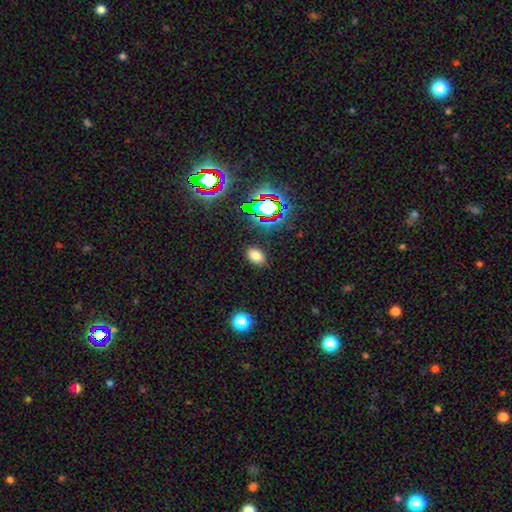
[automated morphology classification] A smooth galaxy with no disk features (75%) that is in between round and cigar-shaped (78%). Merging: none (86%).